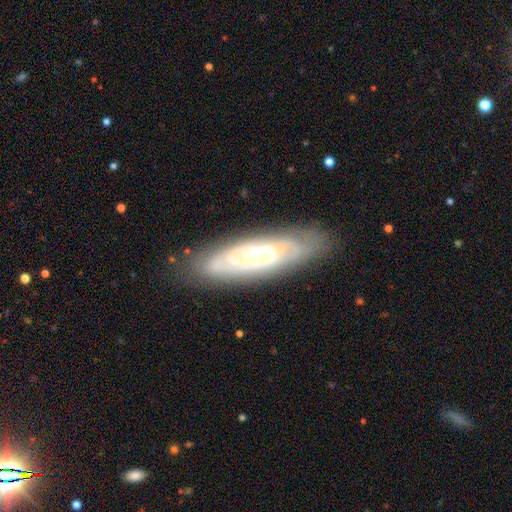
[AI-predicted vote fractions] A featured or disk galaxy (79%) with no bar (74%), tight (75%) spiral arms (83%) and a small central bulge (74%). Merging: none (81%).